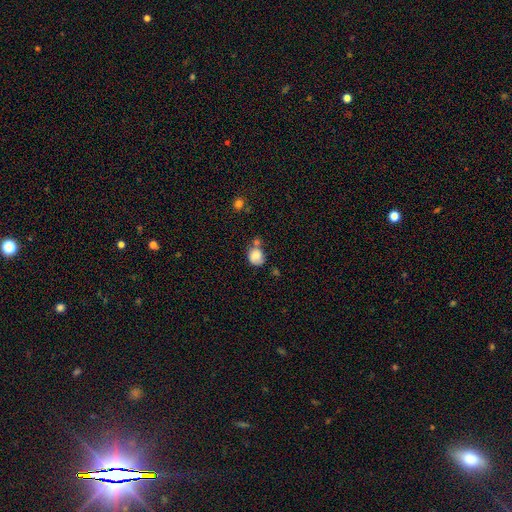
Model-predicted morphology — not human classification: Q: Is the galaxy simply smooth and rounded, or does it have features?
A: smooth — 79%.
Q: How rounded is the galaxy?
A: round — 65%.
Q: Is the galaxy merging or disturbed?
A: none — 41%.